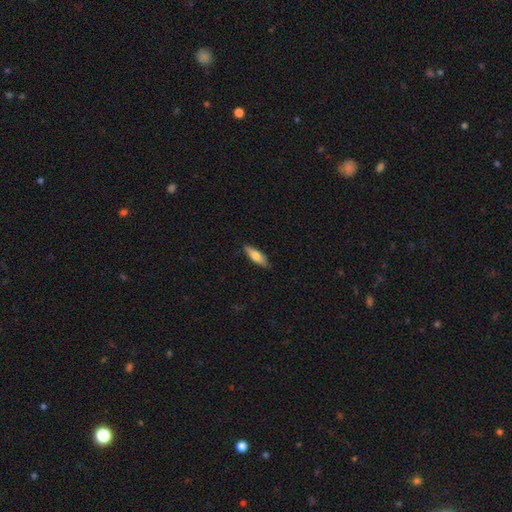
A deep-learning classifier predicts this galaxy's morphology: The model was most divided on "how rounded": in between: 50%, cigar-shaped: 48%, round: 2%. More confident: merging — none (85%); smooth or featured — smooth (71%).